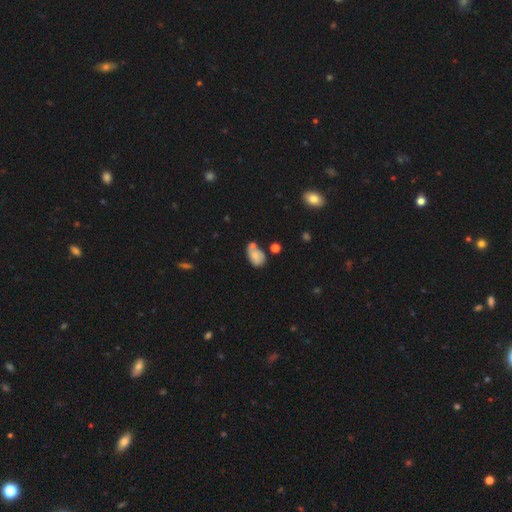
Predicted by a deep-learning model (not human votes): Morphology: type=smooth (64%); roundness=in between (84%); merging=none (37%).